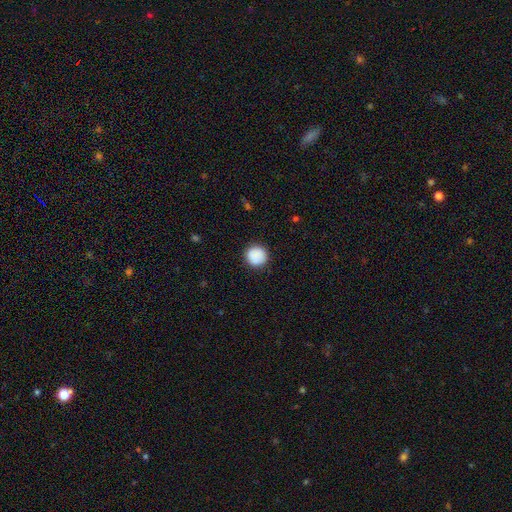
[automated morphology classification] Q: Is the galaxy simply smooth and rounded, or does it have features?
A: smooth — 88%.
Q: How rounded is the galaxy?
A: round — 93%.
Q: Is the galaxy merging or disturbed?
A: none — 88%.